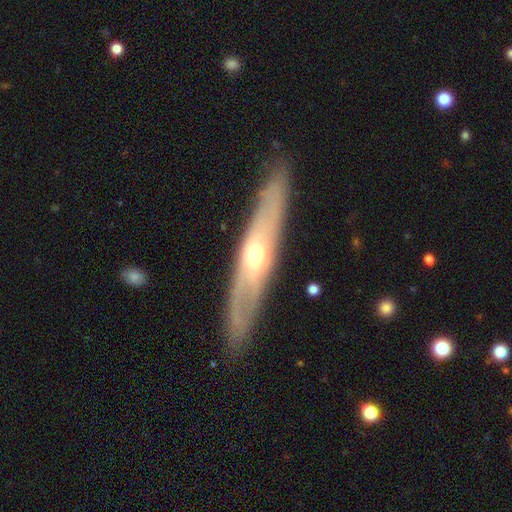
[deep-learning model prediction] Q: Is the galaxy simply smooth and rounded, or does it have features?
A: featured or disk — 68%.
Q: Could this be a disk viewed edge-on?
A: yes — 59%.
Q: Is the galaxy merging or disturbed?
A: none — 84%.